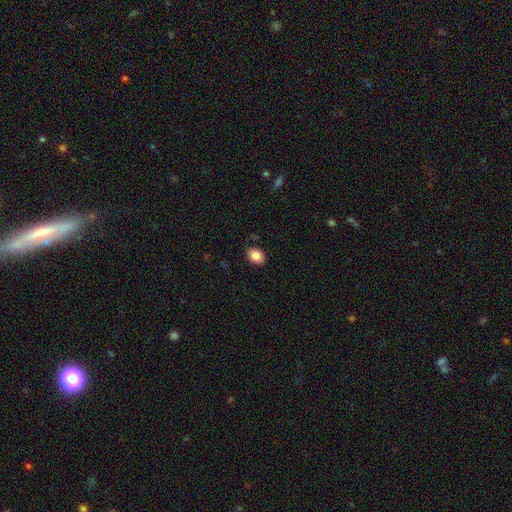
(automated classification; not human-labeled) Smooth or featured? Predicted: smooth (p=0.85). How rounded? Predicted: in between (p=0.75). Merging? Predicted: none (p=0.84).